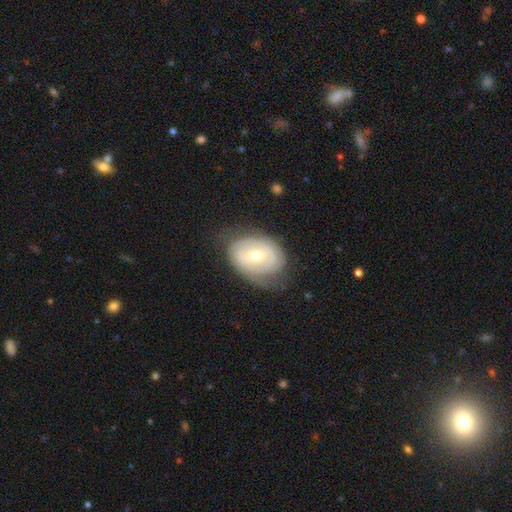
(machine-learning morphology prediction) Overall: featured or disk (67%; smooth 27%). Edge-on disk: no (95%). Bar: weak (47%; no 38%). Spiral arms: yes (74%). Bulge size: moderate (65%; small 30%). Merging: none (65%).